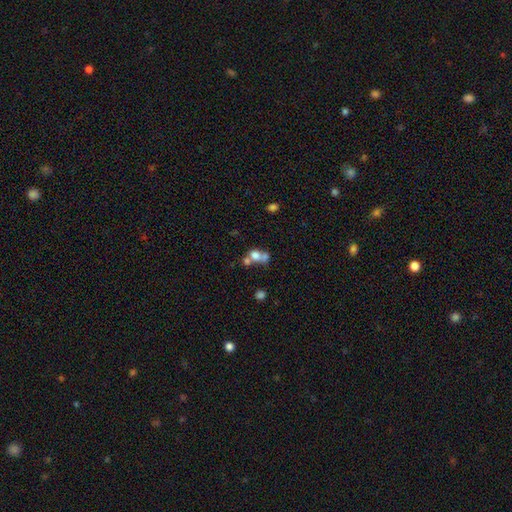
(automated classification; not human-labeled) Morphology: type=smooth (65%); roundness=round (58%); merging=merger (60%).